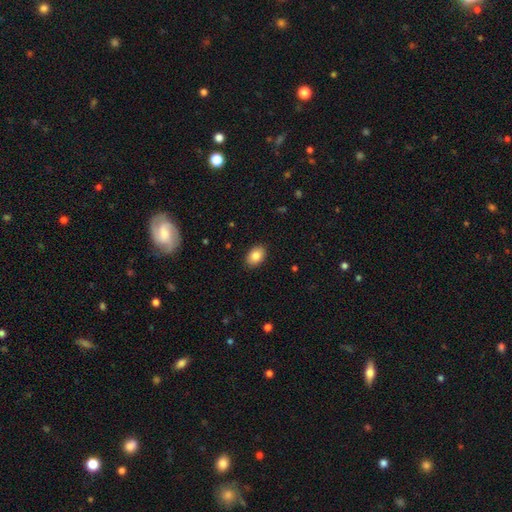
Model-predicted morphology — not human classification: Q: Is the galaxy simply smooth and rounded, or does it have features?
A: smooth — 85%.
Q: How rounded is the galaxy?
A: in between — 83%.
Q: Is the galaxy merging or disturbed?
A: none — 89%.